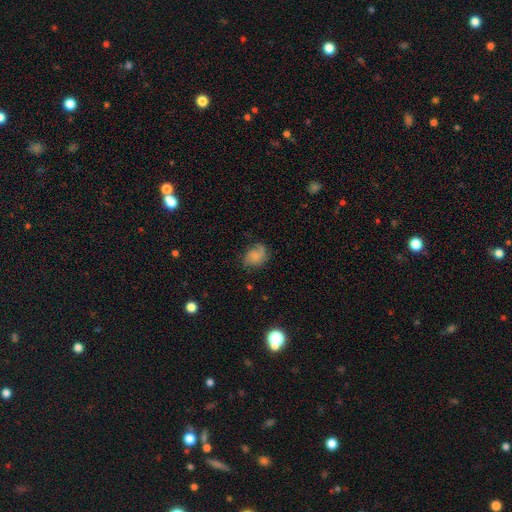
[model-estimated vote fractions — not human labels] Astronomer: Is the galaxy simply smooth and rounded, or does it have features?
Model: smooth — 46% (runner-up: featured or disk, 43%).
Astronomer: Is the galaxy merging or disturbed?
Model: none — 59%.